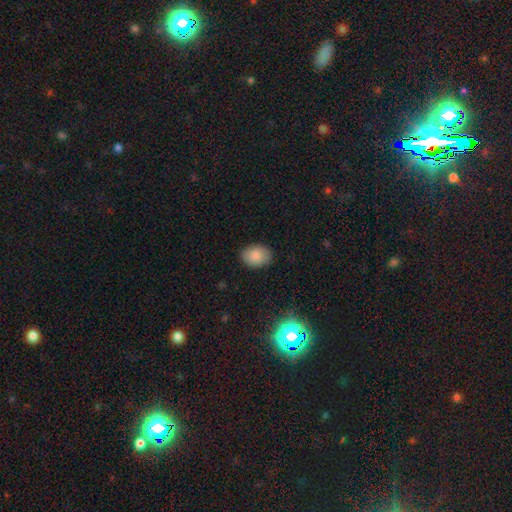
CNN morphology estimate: Smooth or featured: smooth — 85% (star or artifact — 9%)
How rounded: in between — 66% (round — 33%)
Merging: none — 85% (minor disturbance — 11%)